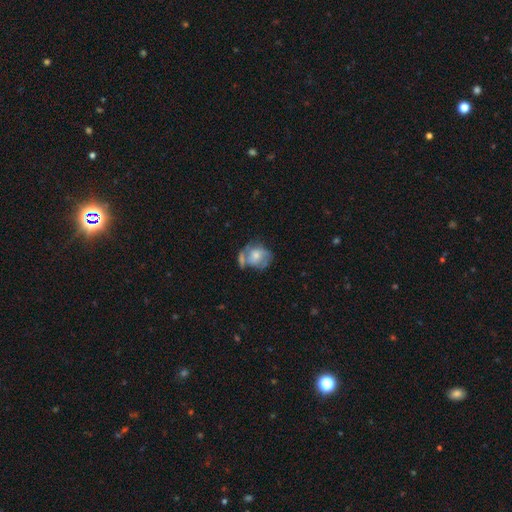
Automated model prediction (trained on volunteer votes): smooth-or-featured: featured or disk: 52% | smooth: 41% | star or artifact: 7%
  disk-edge-on: no: 96% | yes: 4%
  merging: none: 34% | merger: 26% | minor disturbance: 22% | major disturbance: 17%